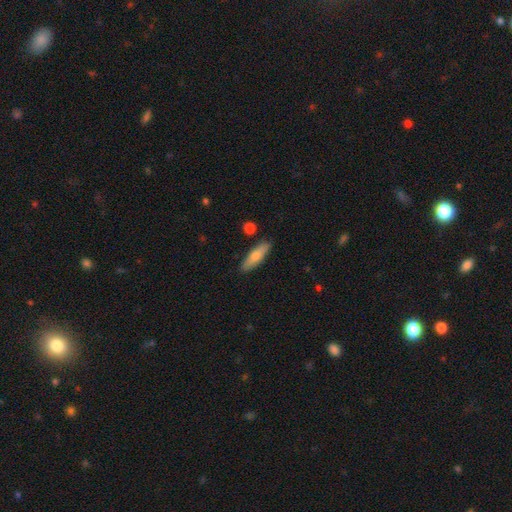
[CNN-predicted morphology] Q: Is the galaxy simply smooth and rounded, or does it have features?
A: smooth — 71%.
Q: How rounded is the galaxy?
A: cigar-shaped — 61%.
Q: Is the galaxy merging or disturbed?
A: none — 87%.